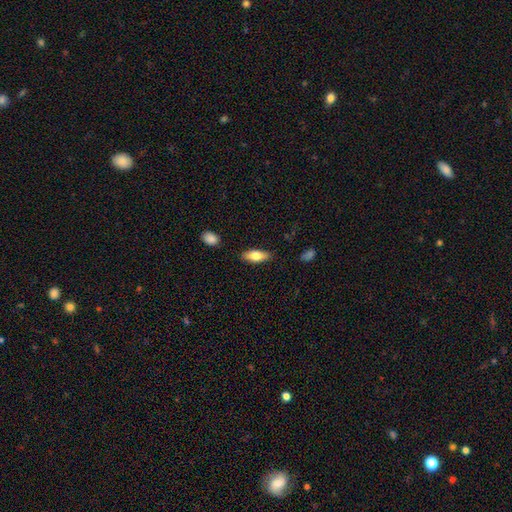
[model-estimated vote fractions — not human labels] A smooth galaxy with no disk features (73%) that is in between round and cigar-shaped (76%).

Vote fractions:
- Smooth or featured? smooth: 73% / featured or disk: 21% / star or artifact: 6%
- How rounded? in between: 76% / cigar-shaped: 22% / round: 3%
- Merging? none: 85% / minor disturbance: 11% / major disturbance: 2% / merger: 2%